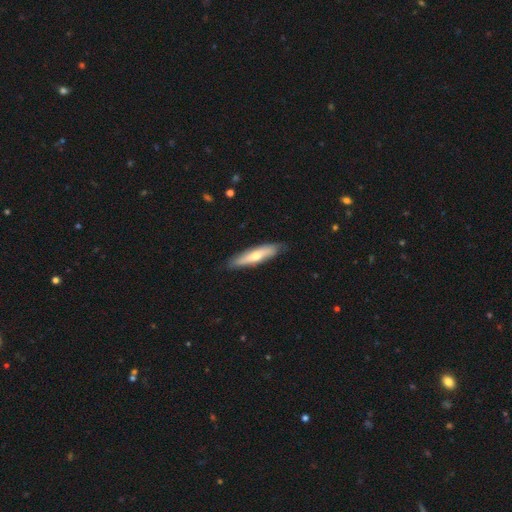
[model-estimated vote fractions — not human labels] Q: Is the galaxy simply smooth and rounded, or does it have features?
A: smooth — 54%.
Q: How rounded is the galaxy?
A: cigar-shaped — 78%.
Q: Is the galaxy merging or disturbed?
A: none — 81%.